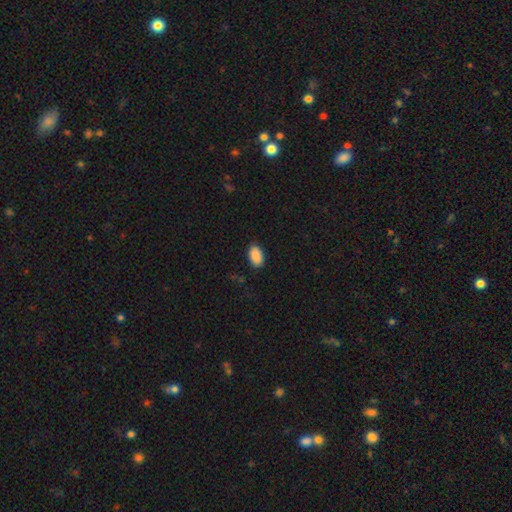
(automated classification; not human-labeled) Morphology: type=smooth (90%); roundness=in between (93%); merging=none (87%).